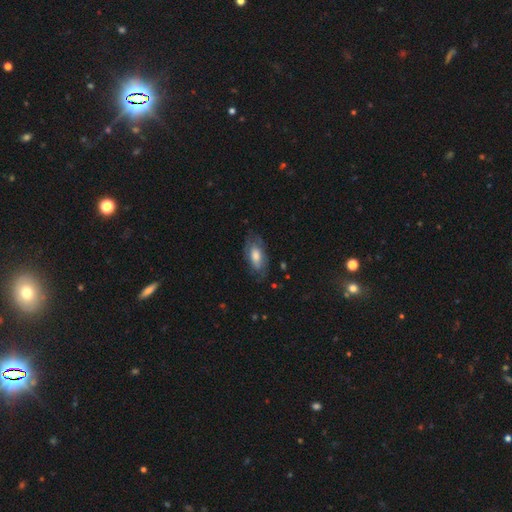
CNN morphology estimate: smooth_or_featured: smooth (p=0.53) [alt: featured or disk p=0.40]
how_rounded: in between (p=0.87) [alt: cigar-shaped p=0.09]
merging: none (p=0.67) [alt: minor disturbance p=0.22]